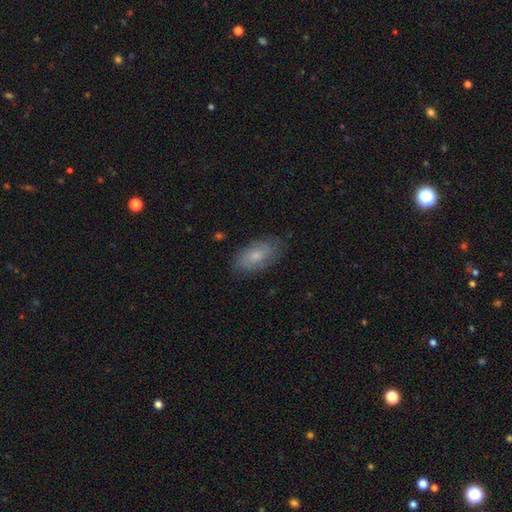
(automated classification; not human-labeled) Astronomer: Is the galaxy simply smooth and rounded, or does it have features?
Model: smooth — 67%.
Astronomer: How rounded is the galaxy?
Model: in between — 92%.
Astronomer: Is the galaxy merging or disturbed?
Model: none — 77%.